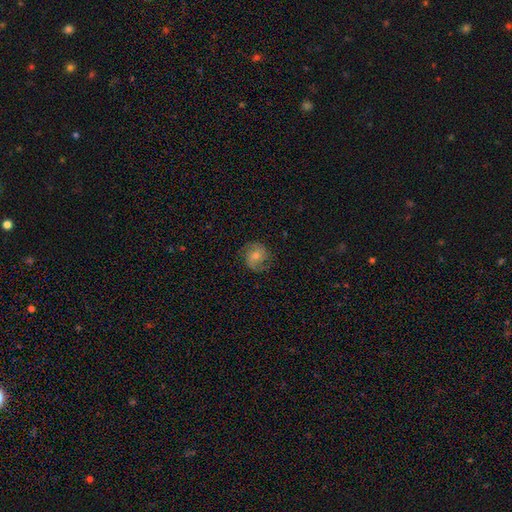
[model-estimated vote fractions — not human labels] Morphology: type=featured or disk (70%); edge-on=no (97%); bar=no (62%); spiral arms=yes (94%); winding=medium (47%); arm count=2 (80%); bulge=moderate (51%); merging=none (79%).